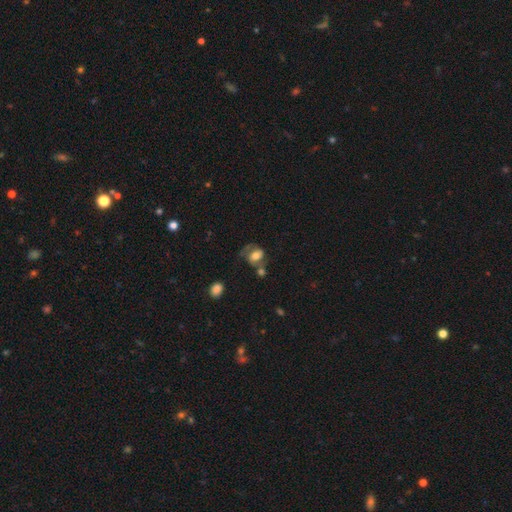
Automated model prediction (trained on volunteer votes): This is possibly a smooth galaxy (48%). Merging: marginally none (37%).